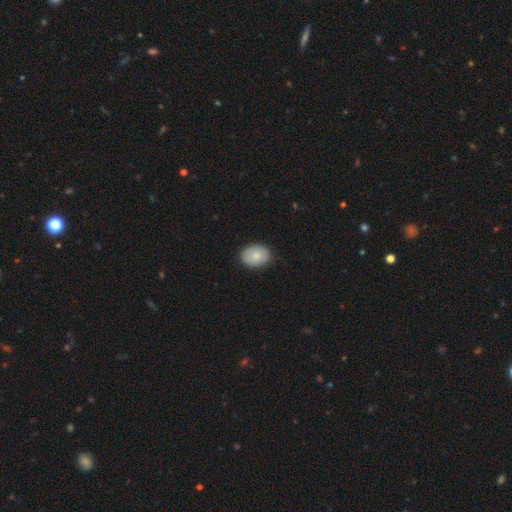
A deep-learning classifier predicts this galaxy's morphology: Smooth or featured? smooth (82%)
How rounded? in between (69%)
Merging? none (88%)